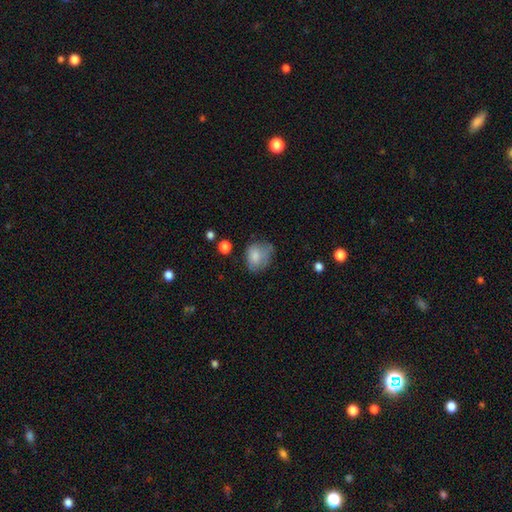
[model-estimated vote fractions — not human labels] smooth 75%, featured or disk 17%, star or artifact 9%. Down the decision tree: how rounded — in between (58%); merging — none (45%).